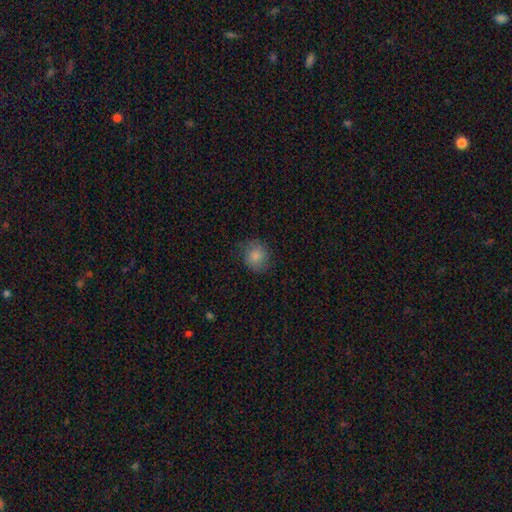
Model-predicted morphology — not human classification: A smooth galaxy with no disk features (83%) that is round (74%).

Vote fractions:
- Smooth or featured? smooth: 83% / star or artifact: 8% / featured or disk: 8%
- How rounded? round: 74% / in between: 25% / cigar-shaped: 1%
- Merging? none: 75% / minor disturbance: 19% / major disturbance: 5% / merger: 1%